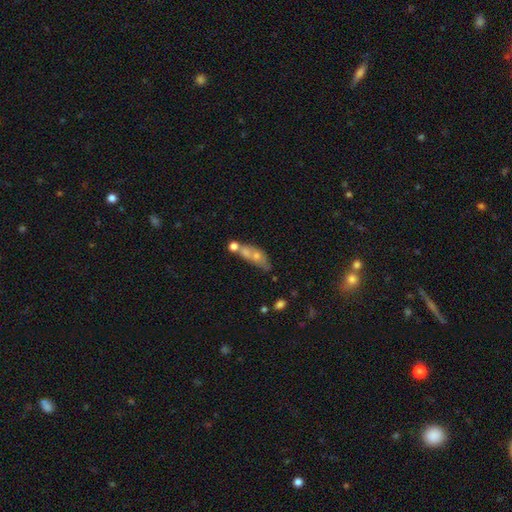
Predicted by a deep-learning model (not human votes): smooth-or-featured: smooth: 49% | featured or disk: 38% | star or artifact: 13%
  merging: merger: 39% | none: 31% | minor disturbance: 17% | major disturbance: 13%